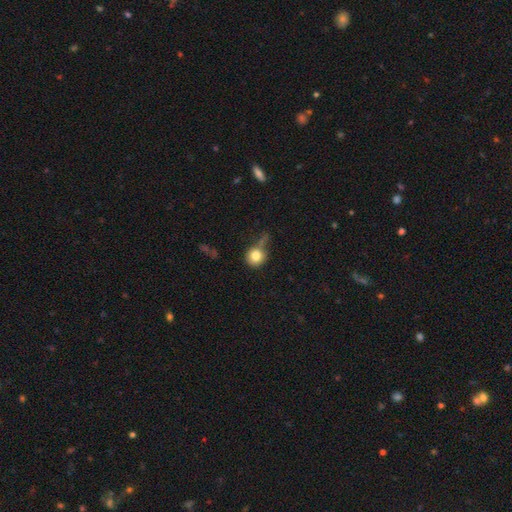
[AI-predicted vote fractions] smooth-or-featured: smooth: 80% | star or artifact: 10% | featured or disk: 10%
  how-rounded: round: 88% | in between: 11% | cigar-shaped: 1%
  merging: none: 49% | minor disturbance: 24% | major disturbance: 14% | merger: 12%